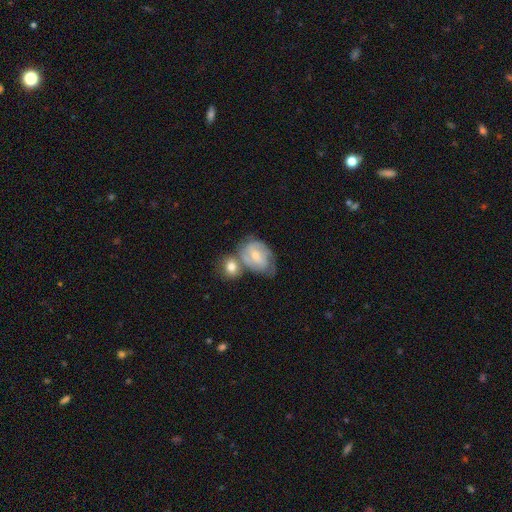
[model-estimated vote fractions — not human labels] Overall: featured or disk (59%; smooth 35%). Edge-on disk: no (96%). Bar: no (45%; weak 44%). Spiral arms: yes (79%). Bulge size: small (51%; moderate 42%). Merging: merger (37%; none 33%).